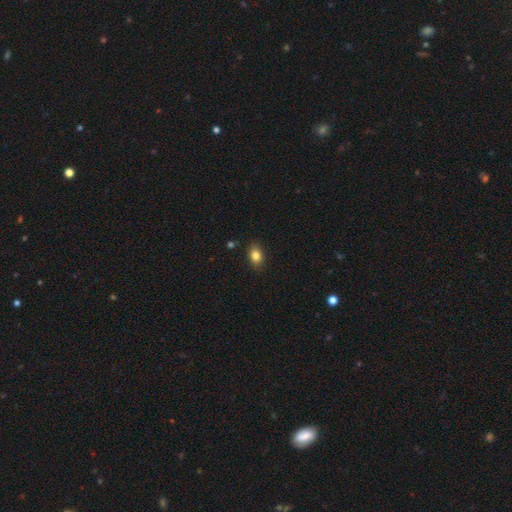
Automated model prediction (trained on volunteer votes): smooth-or-featured: smooth: 82% | star or artifact: 10% | featured or disk: 8%
  how-rounded: in between: 80% | round: 18% | cigar-shaped: 2%
  merging: none: 87% | minor disturbance: 10% | major disturbance: 2% | merger: 1%